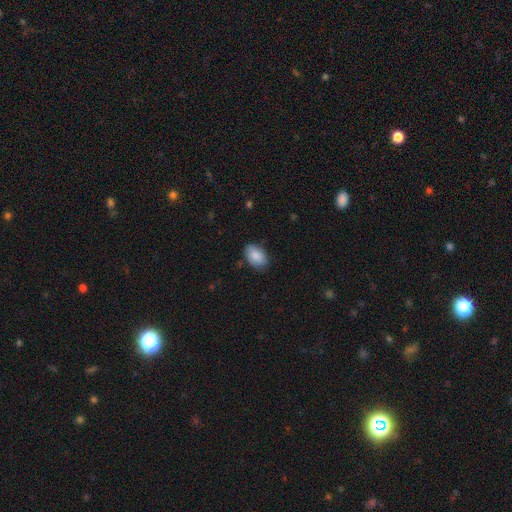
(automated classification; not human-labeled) smooth_or_featured: smooth (p=0.87) [alt: featured or disk p=0.07]
how_rounded: in between (p=0.90) [alt: round p=0.09]
merging: none (p=0.79) [alt: minor disturbance p=0.16]